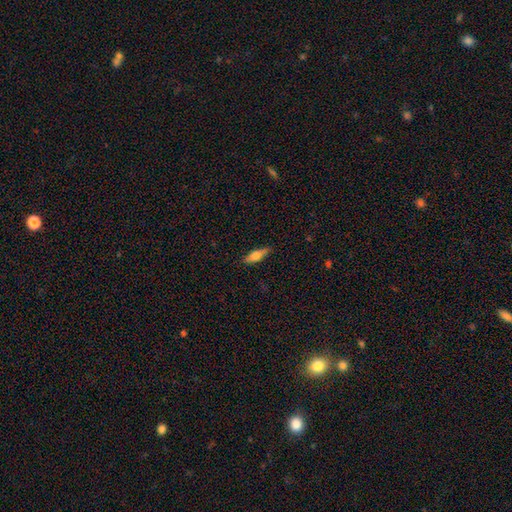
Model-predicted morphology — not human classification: This is likely a smooth galaxy (62%). How rounded: possibly in between (52%). Merging: clearly none (83%).